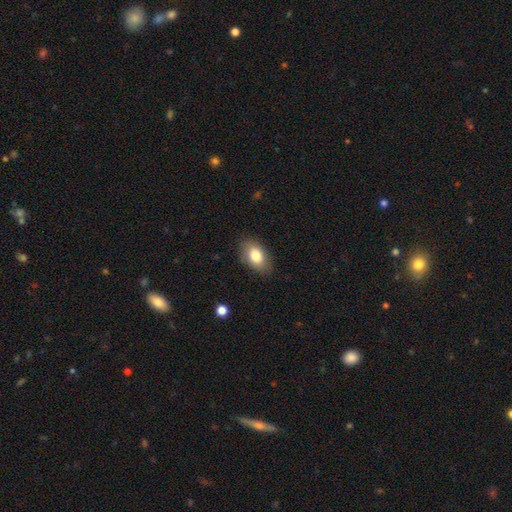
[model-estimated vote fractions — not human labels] This is clearly a smooth galaxy (80%). How rounded: clearly in between (89%). Merging: clearly none (83%).